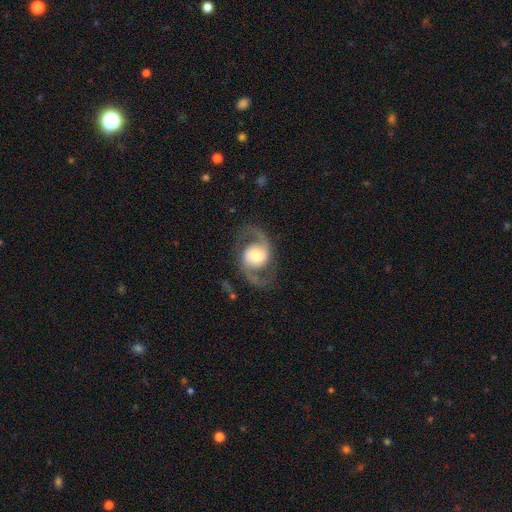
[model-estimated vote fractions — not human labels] Q: Smooth or featured?
A: featured or disk (88%); runner-up: smooth (7%)
Q: Edge-on disk?
A: no (97%); runner-up: yes (3%)
Q: Bar?
A: no (52%); runner-up: weak (34%)
Q: Spiral arms?
A: yes (96%); runner-up: no (4%)
Q: Spiral winding?
A: medium (55%); runner-up: loose (34%)
Q: Spiral arm count?
A: 2 (94%); runner-up: can't tell (2%)
Q: Bulge size?
A: moderate (50%); runner-up: large (30%)
Q: Merging?
A: none (82%); runner-up: minor disturbance (10%)